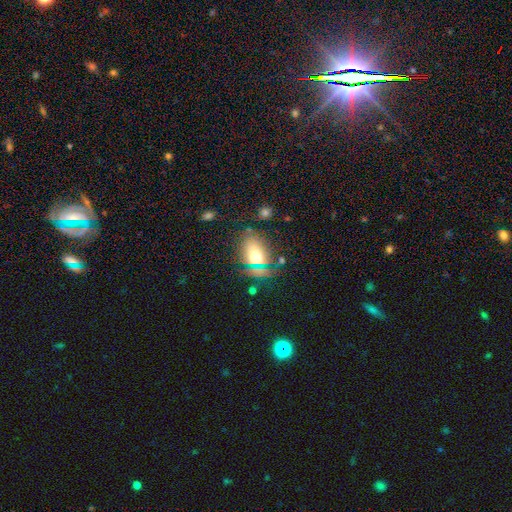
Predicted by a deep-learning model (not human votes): Smooth or featured?
  - smooth: 64% *
  - star or artifact: 20%
  - featured or disk: 16%
How rounded?
  - in between: 76% *
  - round: 20%
  - cigar-shaped: 3%
Merging?
  - none: 68% *
  - minor disturbance: 18%
  - major disturbance: 8%
  - merger: 6%